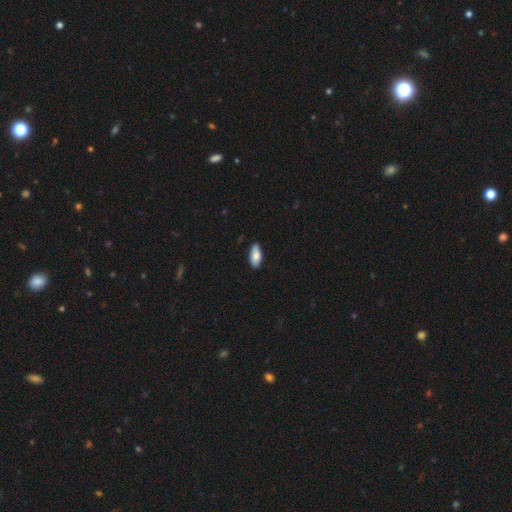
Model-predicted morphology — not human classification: Smooth or featured?
  - smooth: 82% *
  - featured or disk: 12%
  - star or artifact: 6%
How rounded?
  - in between: 86% *
  - cigar-shaped: 12%
  - round: 2%
Merging?
  - none: 88% *
  - minor disturbance: 10%
  - major disturbance: 2%
  - merger: 1%